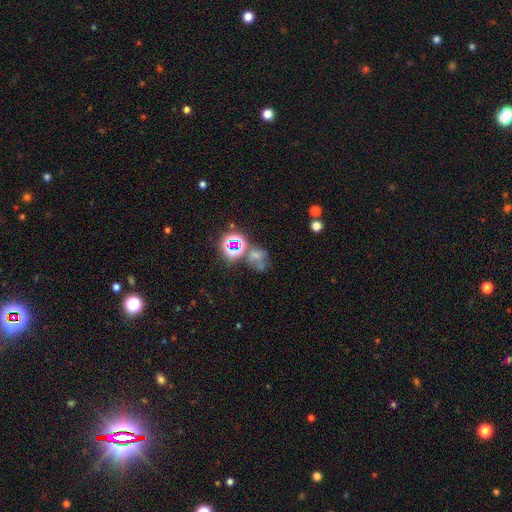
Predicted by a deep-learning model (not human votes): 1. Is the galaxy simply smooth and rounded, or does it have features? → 43% smooth, 39% star or artifact, 18% featured or disk.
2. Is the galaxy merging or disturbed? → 36% merger, 34% none, 16% major disturbance, 14% minor disturbance.